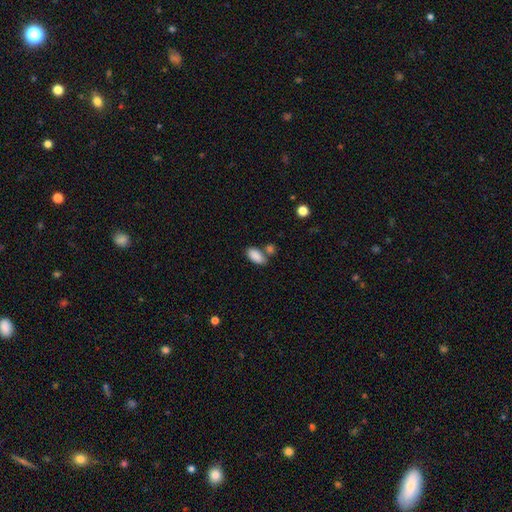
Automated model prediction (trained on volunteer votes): This is clearly a smooth galaxy (88%). How rounded: clearly in between (93%). Merging: likely none (62%).